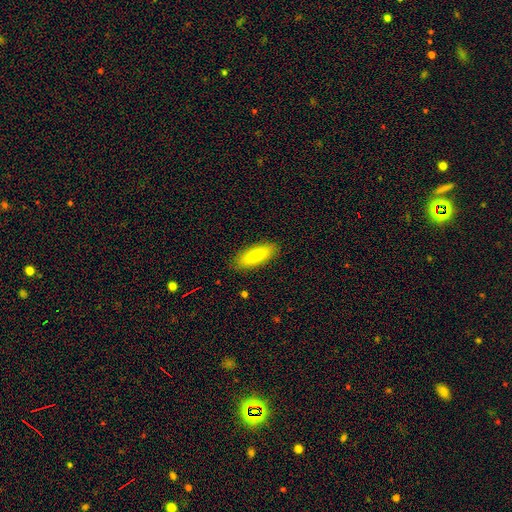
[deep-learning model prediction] Smooth or featured? smooth (73%)
How rounded? in between (67%)
Merging? none (88%)